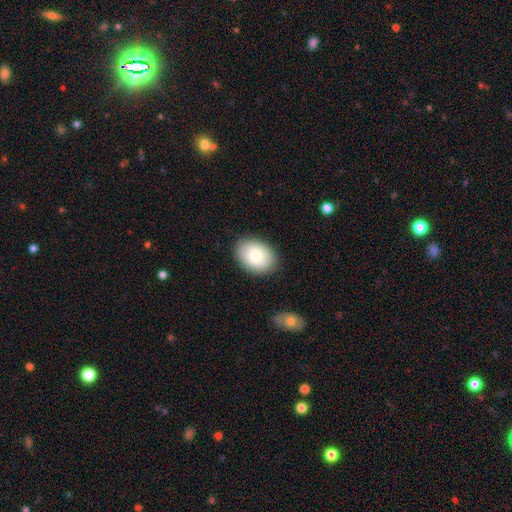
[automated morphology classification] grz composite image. It shows a smooth galaxy with no disk features (80%) that is in between round and cigar-shaped (77%). Merging: none (87%).